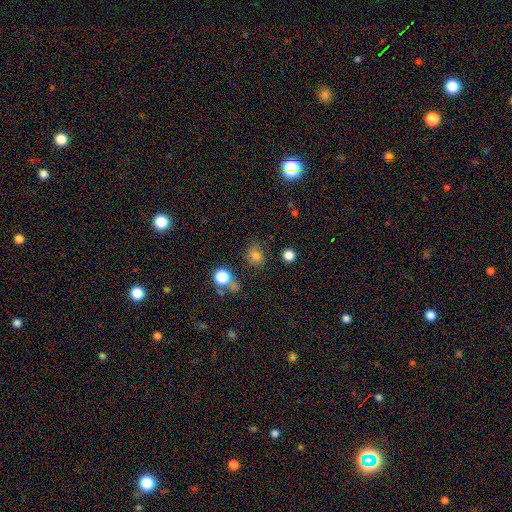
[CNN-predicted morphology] Overall: smooth (72%). How rounded: round (58%; in between 40%). Merging: none (70%).